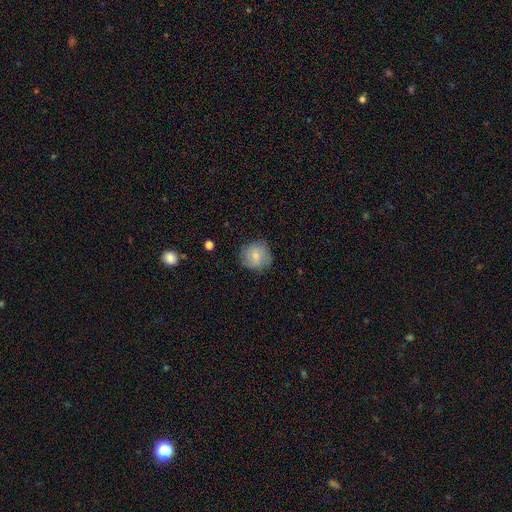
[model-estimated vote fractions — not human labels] This appears to be a smooth galaxy with no disk features (70%) that is round (89%). Merging: none (77%).